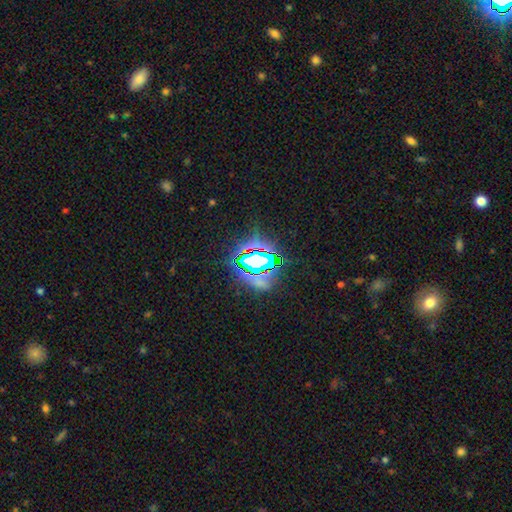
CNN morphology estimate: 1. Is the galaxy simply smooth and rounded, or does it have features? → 72% star or artifact, 15% smooth, 13% featured or disk.